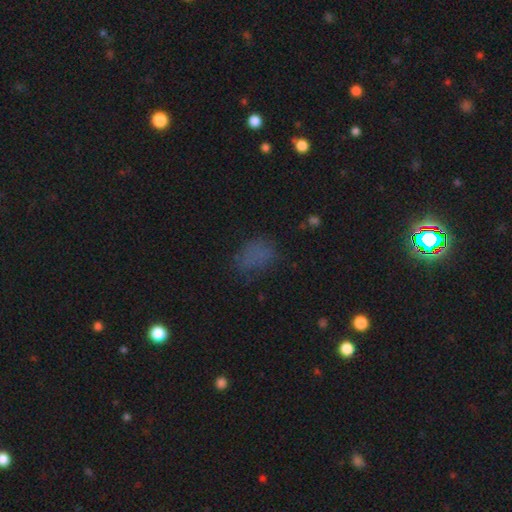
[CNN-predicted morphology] Q: Smooth or featured?
A: smooth (65%); runner-up: star or artifact (24%)
Q: How rounded?
A: in between (76%); runner-up: round (21%)
Q: Merging?
A: none (62%); runner-up: minor disturbance (21%)